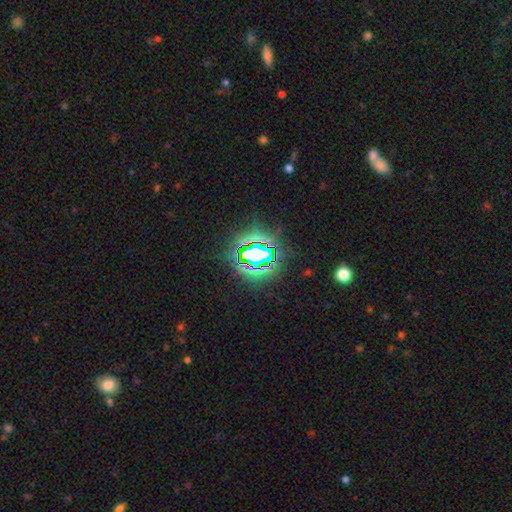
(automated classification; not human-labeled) This appears to be a star or artifact, not a galaxy (74%).